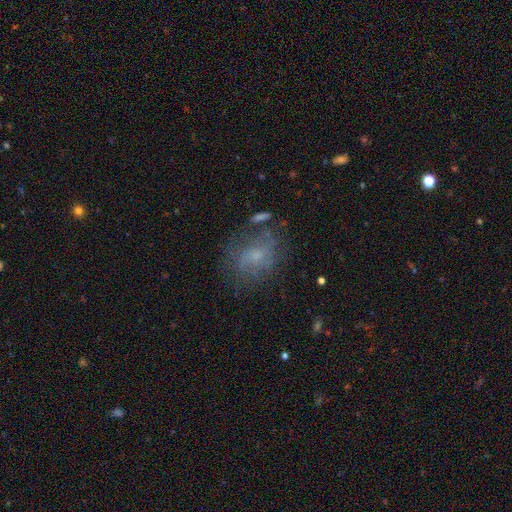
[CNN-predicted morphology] This is marginally a smooth galaxy (44%). Merging: possibly none (56%).